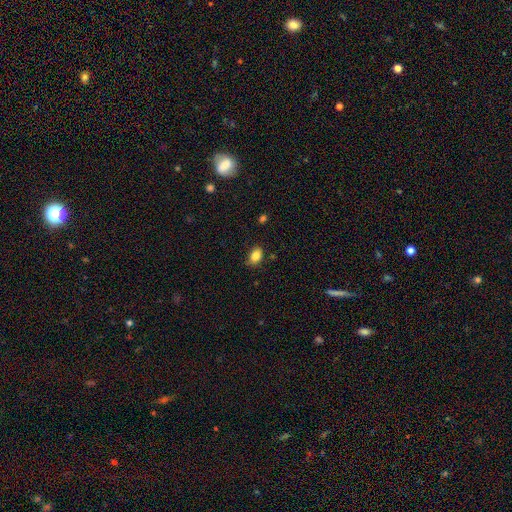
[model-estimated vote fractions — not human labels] smooth-or-featured: smooth: 85% | star or artifact: 9% | featured or disk: 6%
  how-rounded: in between: 82% | round: 16% | cigar-shaped: 1%
  merging: none: 79% | minor disturbance: 17% | major disturbance: 3% | merger: 2%